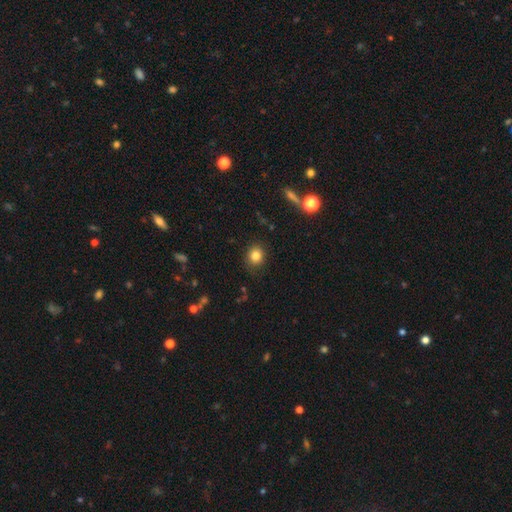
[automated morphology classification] Smooth or featured?
  - smooth: 82% *
  - star or artifact: 12%
  - featured or disk: 6%
How rounded?
  - round: 80% *
  - in between: 19%
  - cigar-shaped: 1%
Merging?
  - none: 87% *
  - minor disturbance: 9%
  - major disturbance: 3%
  - merger: 1%